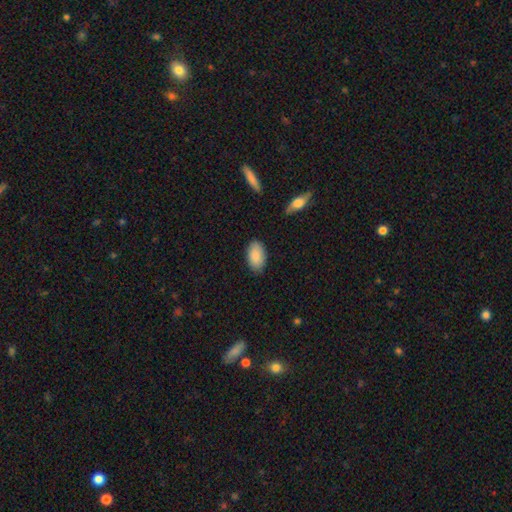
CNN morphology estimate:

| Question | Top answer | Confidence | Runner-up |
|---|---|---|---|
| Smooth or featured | smooth | 88% | star or artifact (6%) |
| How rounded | in between | 94% | round (4%) |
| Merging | none | 85% | minor disturbance (12%) |